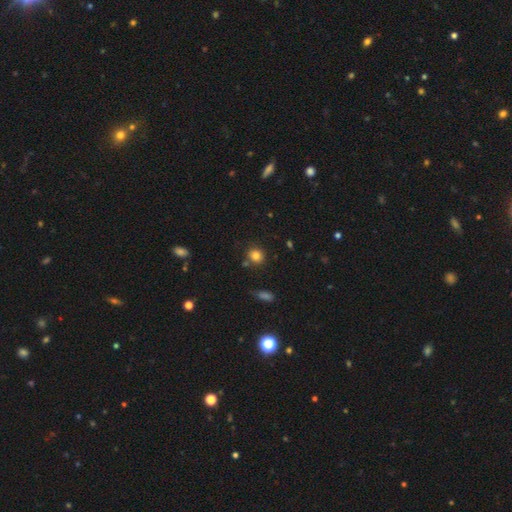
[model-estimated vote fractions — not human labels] smooth 81%, star or artifact 12%, featured or disk 7%. Down the decision tree: how rounded — round (84%); merging — none (81%).